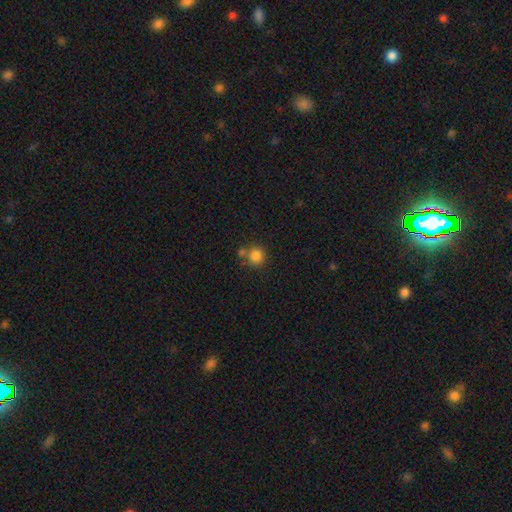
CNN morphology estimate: A smooth galaxy with no disk features (84%) that is round (90%).

Vote fractions:
- Smooth or featured? smooth: 84% / star or artifact: 11% / featured or disk: 5%
- How rounded? round: 90% / in between: 9% / cigar-shaped: 1%
- Merging? none: 64% / merger: 21% / minor disturbance: 11% / major disturbance: 4%